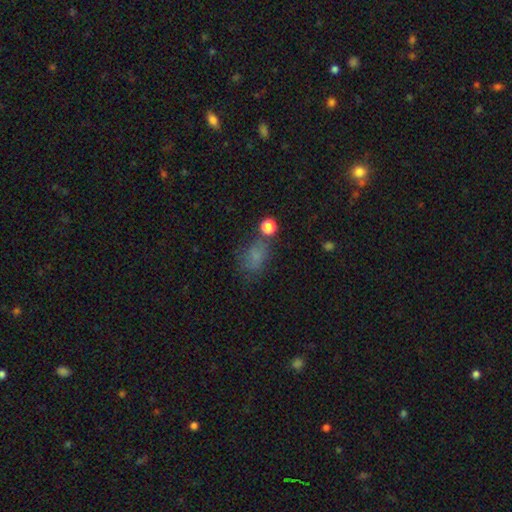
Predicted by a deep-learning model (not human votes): The model was most divided on "merging": none: 50%, minor disturbance: 24%, major disturbance: 16%, merger: 10%. More confident: how rounded — in between (70%); smooth or featured — smooth (64%).